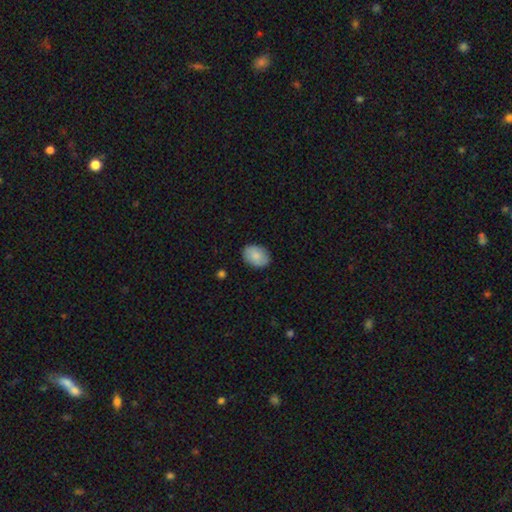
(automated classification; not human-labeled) Smooth or featured? Predicted: smooth (p=0.85). How rounded? Predicted: in between (p=0.74). Merging? Predicted: none (p=0.86).